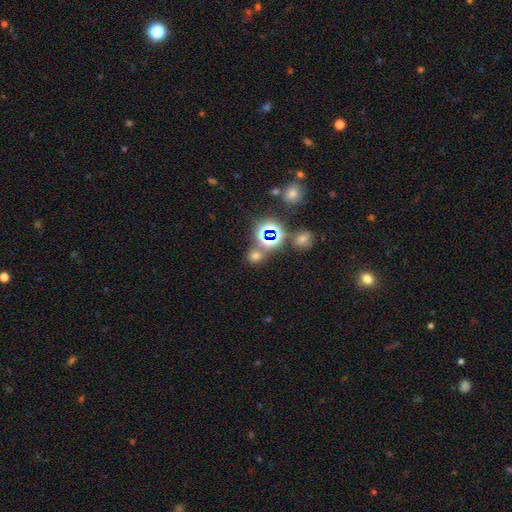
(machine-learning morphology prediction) Smooth or featured? smooth (52%)
How rounded? round (71%)
Merging? none (67%)